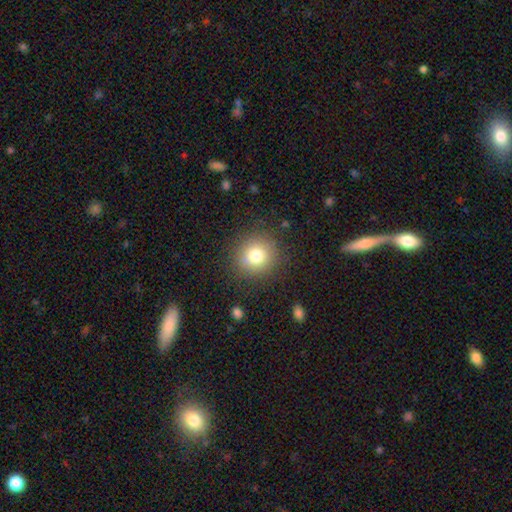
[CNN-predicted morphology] Smooth or featured? smooth (78%)
How rounded? round (89%)
Merging? none (88%)